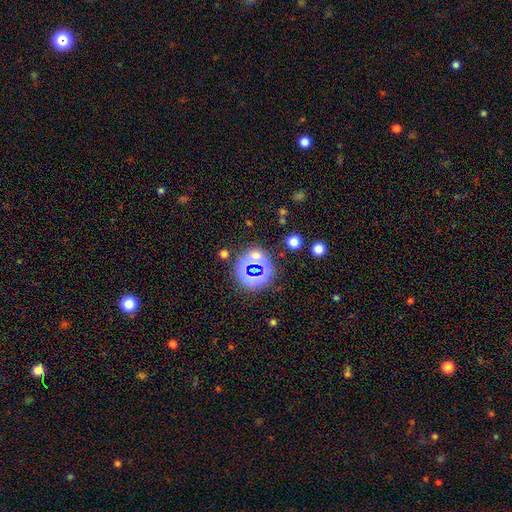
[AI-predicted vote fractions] A star or artifact, not a galaxy (64%).

Vote fractions:
- Smooth or featured? star or artifact: 64% / smooth: 27% / featured or disk: 9%